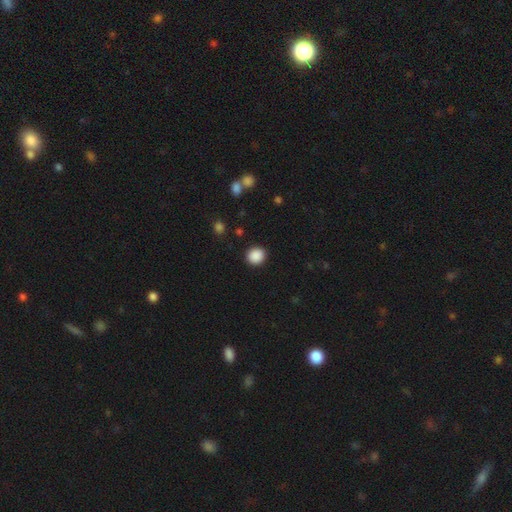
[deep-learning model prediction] Overall: smooth (89%). How rounded: round (81%). Merging: none (90%).